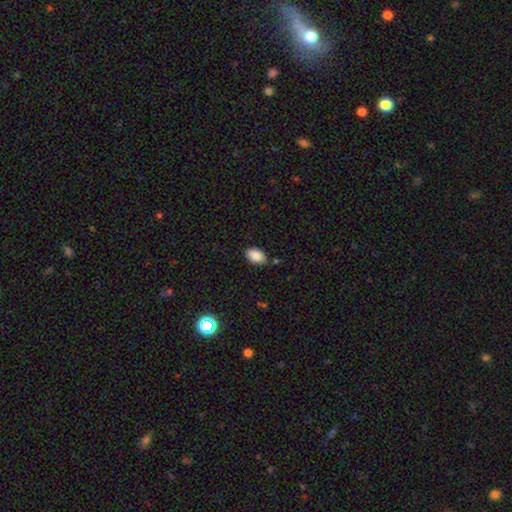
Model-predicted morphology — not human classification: smooth_or_featured: smooth (p=0.88) [alt: star or artifact p=0.08]
how_rounded: in between (p=0.92) [alt: round p=0.07]
merging: none (p=0.80) [alt: minor disturbance p=0.15]